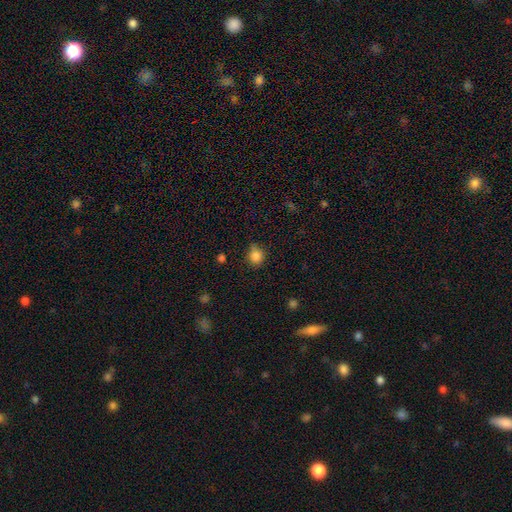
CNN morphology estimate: This appears to be a smooth galaxy with no disk features (84%) that is round (84%). Merging: none (70%).